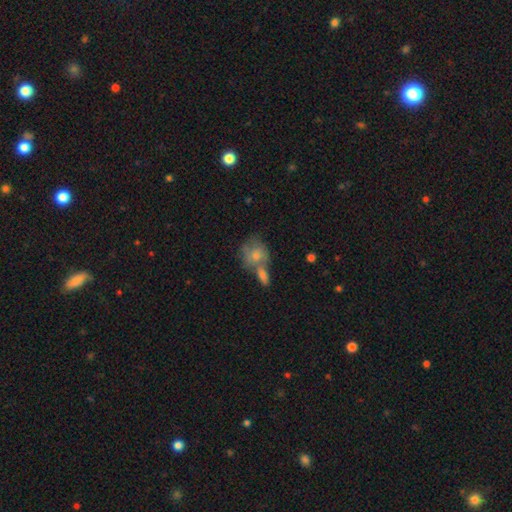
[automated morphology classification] Q: Smooth or featured?
A: smooth (52%); runner-up: featured or disk (34%)
Q: How rounded?
A: round (62%); runner-up: in between (36%)
Q: Merging?
A: merger (42%); runner-up: none (37%)